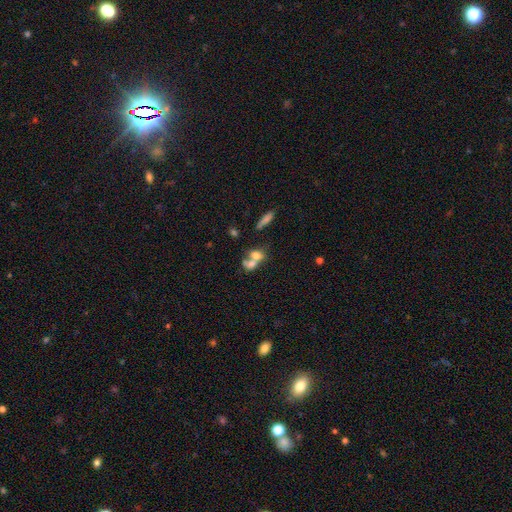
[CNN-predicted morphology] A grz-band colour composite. It shows a smooth galaxy with no disk features (67%) that is in between round and cigar-shaped (58%). Merging: merger (68%).